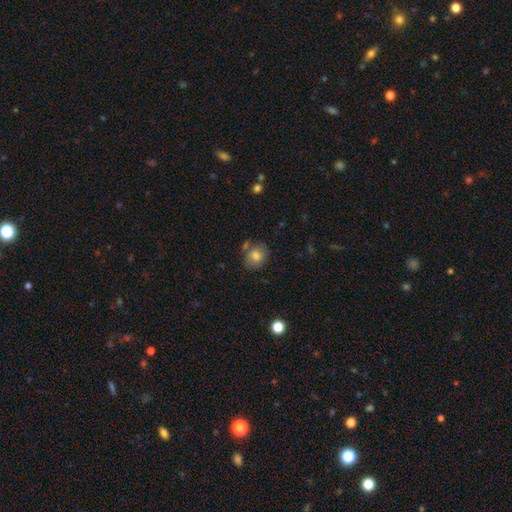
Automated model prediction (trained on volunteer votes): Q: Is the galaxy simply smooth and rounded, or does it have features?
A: smooth — 80%.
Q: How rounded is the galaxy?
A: round — 65%.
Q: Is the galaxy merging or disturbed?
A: none — 70%.